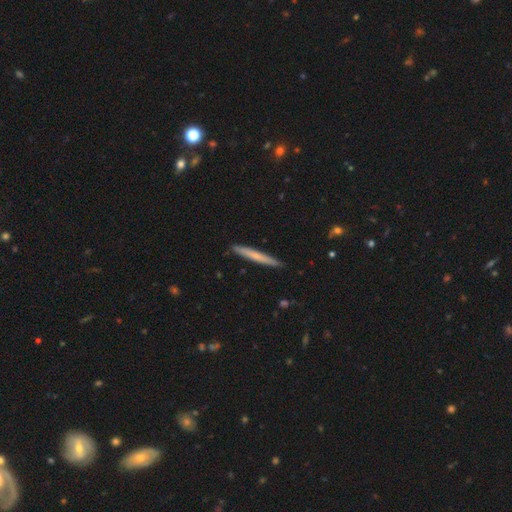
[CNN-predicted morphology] Smooth or featured? smooth (59%)
How rounded? cigar-shaped (97%)
Merging? none (90%)